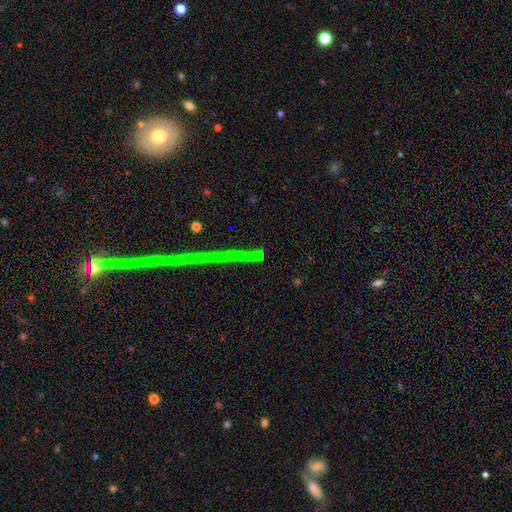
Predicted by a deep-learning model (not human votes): This appears to be a star or artifact, not a galaxy (74%).